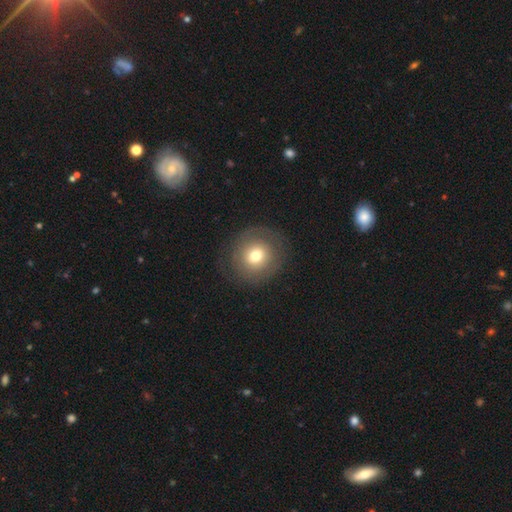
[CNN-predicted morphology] type=smooth (66%); roundness=round (90%); merging=none (83%).